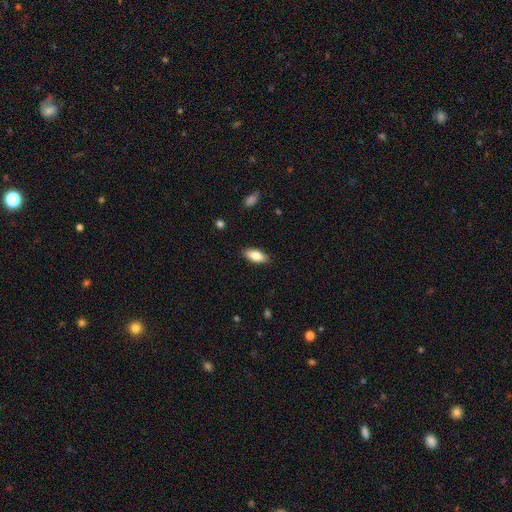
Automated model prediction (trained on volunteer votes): This is likely a smooth galaxy (80%). How rounded: clearly in between (85%). Merging: clearly none (88%).